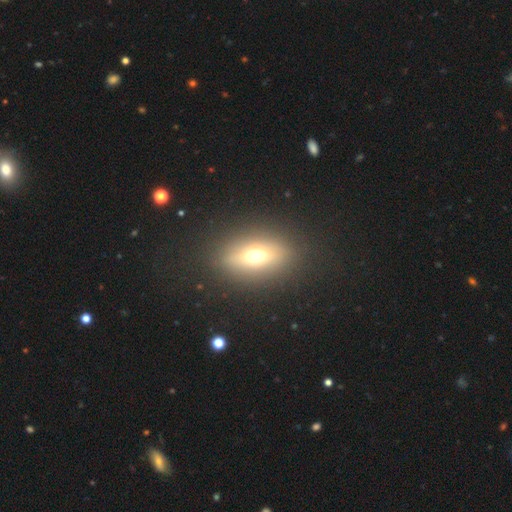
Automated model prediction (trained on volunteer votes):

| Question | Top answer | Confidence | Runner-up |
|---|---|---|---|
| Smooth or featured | smooth | 54% | featured or disk (31%) |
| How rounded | in between | 69% | round (16%) |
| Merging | none | 86% | minor disturbance (9%) |